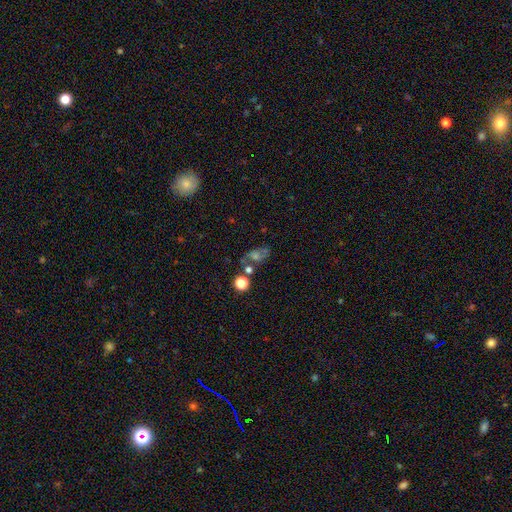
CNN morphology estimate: A featured or disk galaxy (45%).

Vote fractions:
- Smooth or featured? featured or disk: 45% / smooth: 33% / star or artifact: 23%
- Merging? none: 62% / minor disturbance: 17% / merger: 12% / major disturbance: 9%